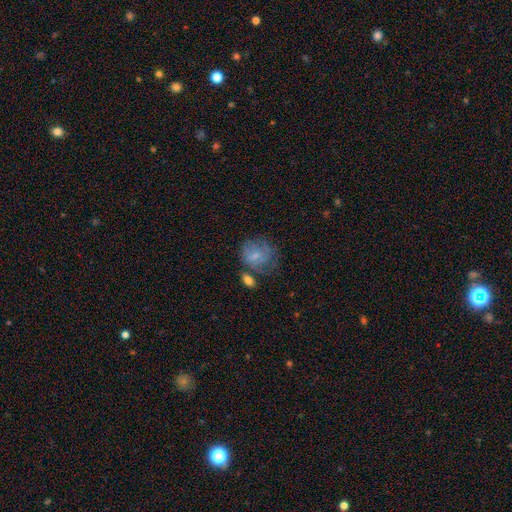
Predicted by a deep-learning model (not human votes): Smooth or featured: smooth — 61% (featured or disk — 30%)
How rounded: round — 63% (in between — 36%)
Merging: none — 45% (minor disturbance — 25%)